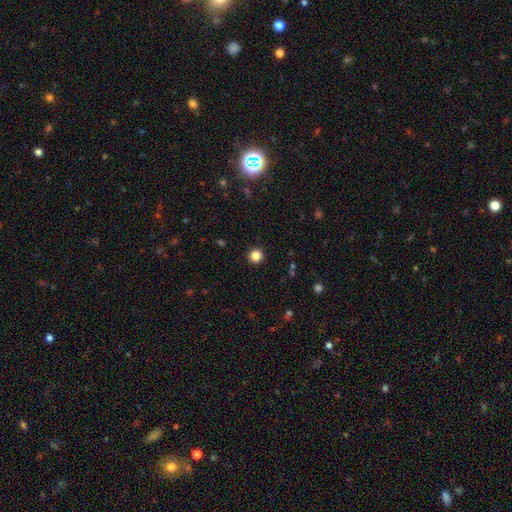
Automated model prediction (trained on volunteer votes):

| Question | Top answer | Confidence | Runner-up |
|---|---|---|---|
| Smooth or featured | smooth | 84% | star or artifact (12%) |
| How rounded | round | 95% | in between (4%) |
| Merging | none | 93% | minor disturbance (4%) |